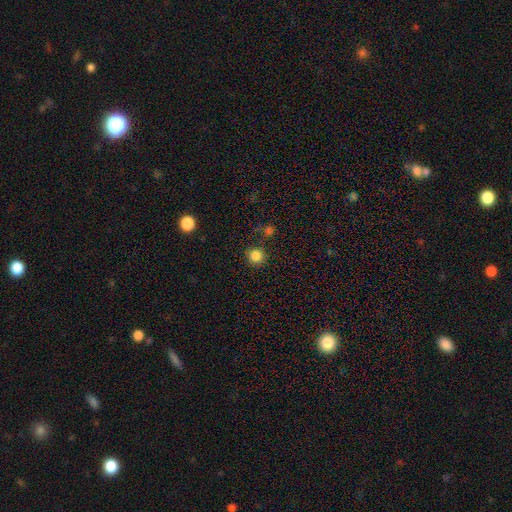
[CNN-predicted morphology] type=smooth (84%); roundness=round (94%); merging=none (83%).